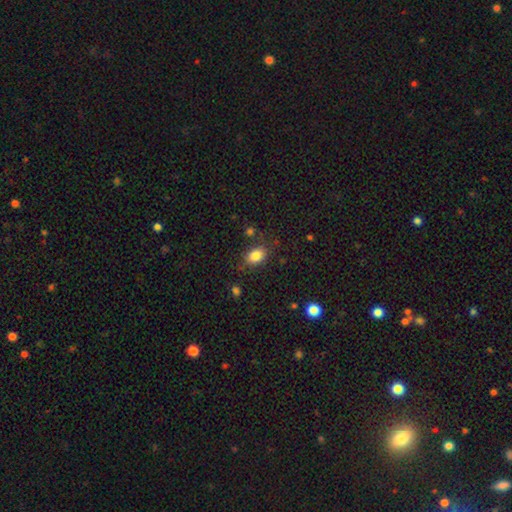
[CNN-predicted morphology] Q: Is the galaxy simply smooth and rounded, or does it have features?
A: smooth — 84%.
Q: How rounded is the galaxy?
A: in between — 79%.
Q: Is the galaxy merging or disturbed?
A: none — 76%.